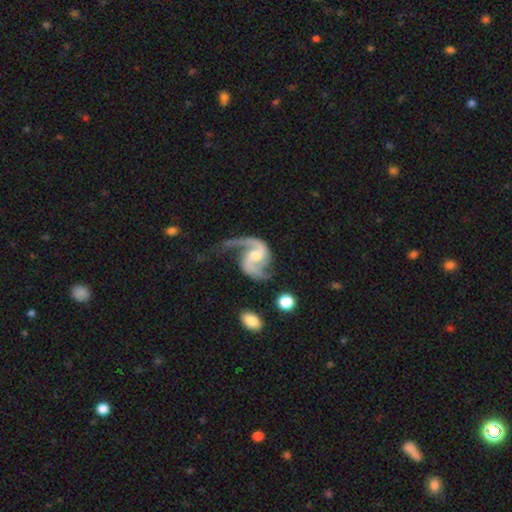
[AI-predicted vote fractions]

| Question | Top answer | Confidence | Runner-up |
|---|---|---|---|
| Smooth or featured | featured or disk | 93% | star or artifact (4%) |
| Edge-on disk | no | 98% | yes (2%) |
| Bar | weak | 50% | no (35%) |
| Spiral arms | yes | 98% | no (2%) |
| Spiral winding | medium | 50% | loose (40%) |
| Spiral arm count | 2 | 89% | 1 (5%) |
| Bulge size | moderate | 55% | small (29%) |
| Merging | none | 54% | major disturbance (22%) |